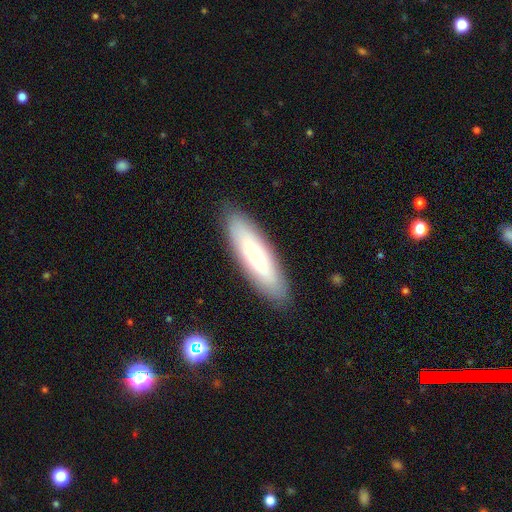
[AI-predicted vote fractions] Q: Smooth or featured?
A: smooth (59%); runner-up: featured or disk (34%)
Q: How rounded?
A: cigar-shaped (62%); runner-up: in between (37%)
Q: Merging?
A: none (87%); runner-up: minor disturbance (9%)